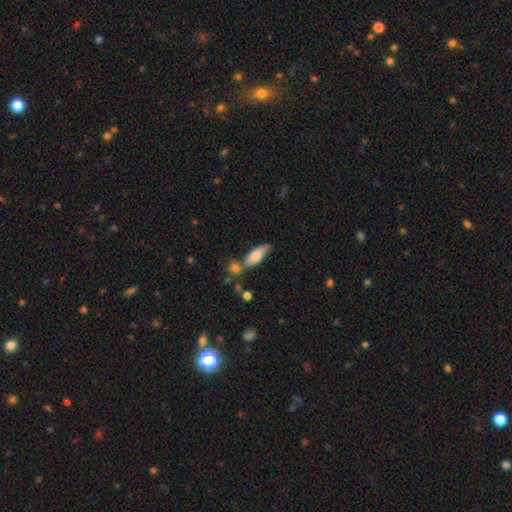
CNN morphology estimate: A smooth galaxy with no disk features (79%) that is in between round and cigar-shaped (65%).

Vote fractions:
- Smooth or featured? smooth: 79% / featured or disk: 15% / star or artifact: 6%
- How rounded? in between: 65% / cigar-shaped: 32% / round: 3%
- Merging? none: 52% / merger: 21% / minor disturbance: 20% / major disturbance: 6%